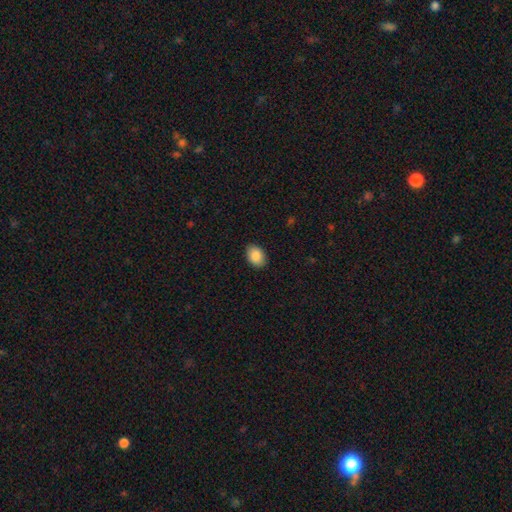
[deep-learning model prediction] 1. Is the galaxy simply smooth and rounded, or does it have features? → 89% smooth, 7% star or artifact, 4% featured or disk.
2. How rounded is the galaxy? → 78% in between, 21% round, 1% cigar-shaped.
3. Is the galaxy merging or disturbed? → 89% none, 8% minor disturbance, 2% major disturbance, 1% merger.